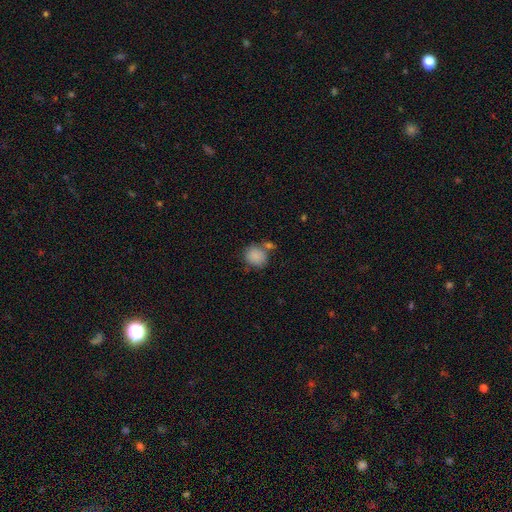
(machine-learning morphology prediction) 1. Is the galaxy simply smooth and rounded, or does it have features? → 86% smooth, 8% star or artifact, 5% featured or disk.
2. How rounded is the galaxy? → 72% round, 27% in between, 1% cigar-shaped.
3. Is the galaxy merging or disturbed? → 59% none, 20% merger, 15% minor disturbance, 5% major disturbance.